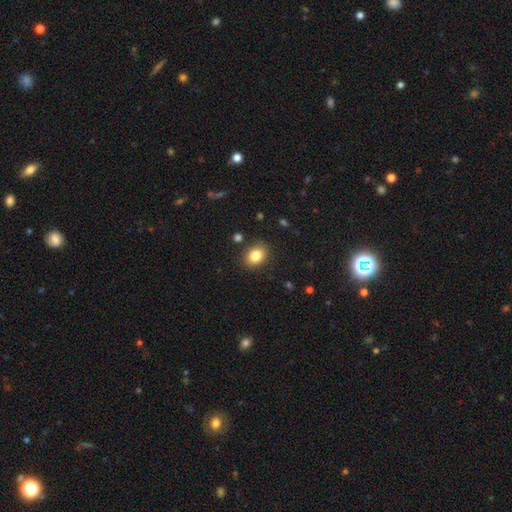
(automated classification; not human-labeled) Morphology: type=smooth (83%); roundness=in between (59%); merging=none (86%).